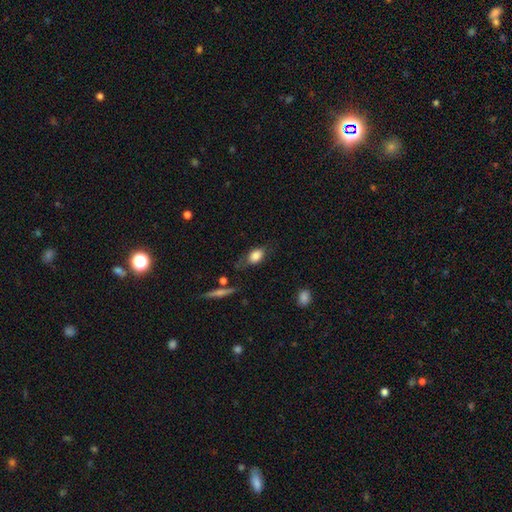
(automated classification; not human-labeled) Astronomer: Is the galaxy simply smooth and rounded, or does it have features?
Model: smooth — 82%.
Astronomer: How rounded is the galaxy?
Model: in between — 85%.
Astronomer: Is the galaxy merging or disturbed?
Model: none — 60%.